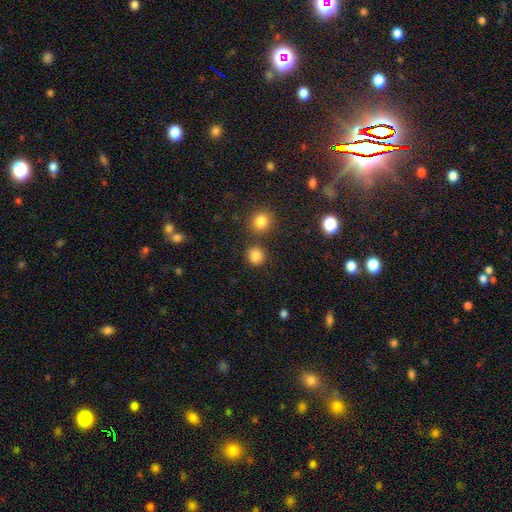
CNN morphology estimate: smooth_or_featured: smooth (p=0.84) [alt: star or artifact p=0.12]
how_rounded: round (p=0.85) [alt: in between p=0.14]
merging: none (p=0.81) [alt: minor disturbance p=0.09]